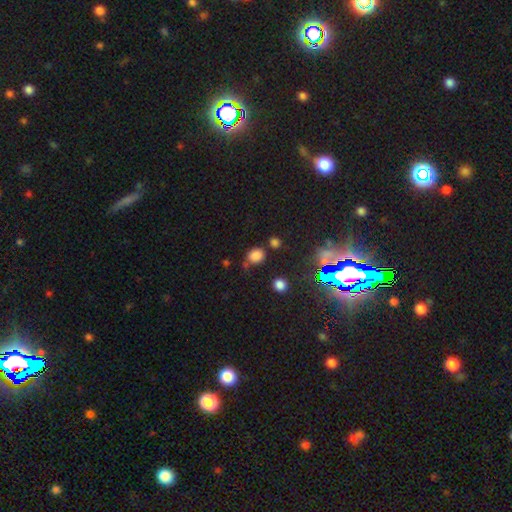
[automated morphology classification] type=smooth (76%); roundness=round (59%); merging=none (68%).